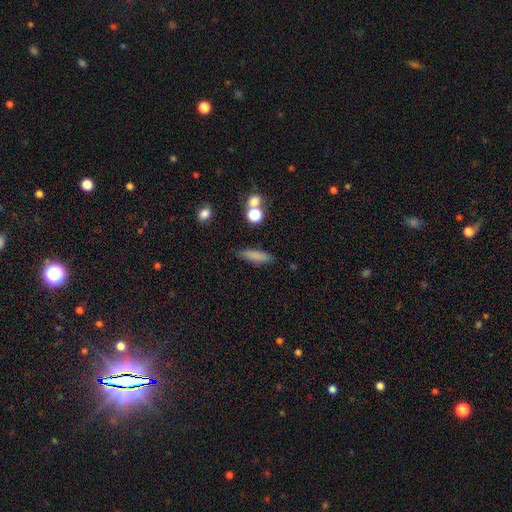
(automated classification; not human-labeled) smooth-or-featured: smooth: 80% | featured or disk: 10% | star or artifact: 10%
  how-rounded: cigar-shaped: 64% | in between: 33% | round: 4%
  merging: none: 82% | minor disturbance: 11% | merger: 4% | major disturbance: 3%